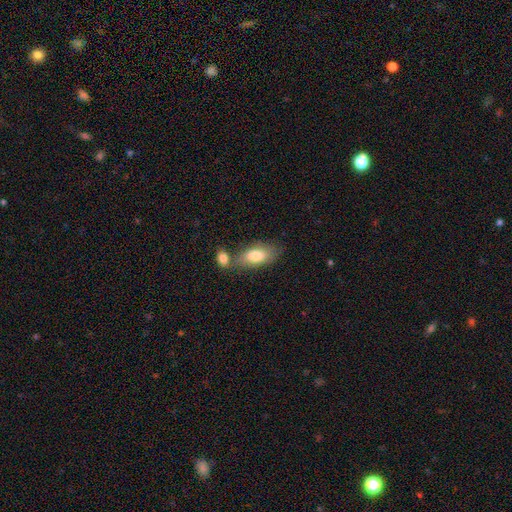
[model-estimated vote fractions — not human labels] Morphology: type=smooth (79%); roundness=in between (87%); merging=none (50%).